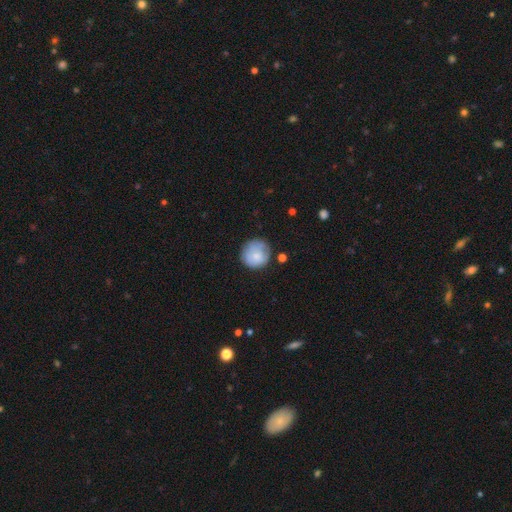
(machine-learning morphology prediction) This appears to be a smooth galaxy with no disk features (74%) that is round (91%). Merging: none (70%).